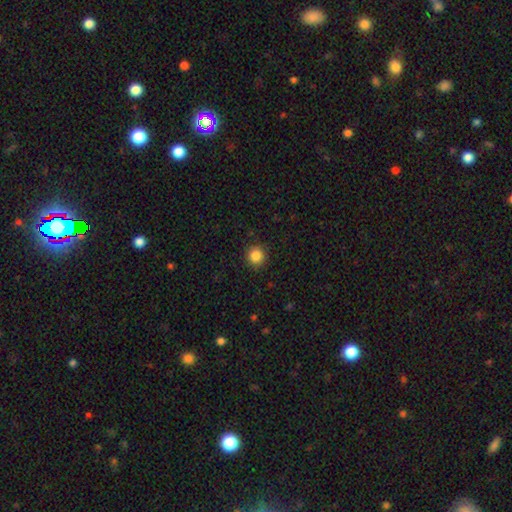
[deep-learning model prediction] This is clearly a smooth galaxy (85%). How rounded: clearly round (94%). Merging: clearly none (91%).